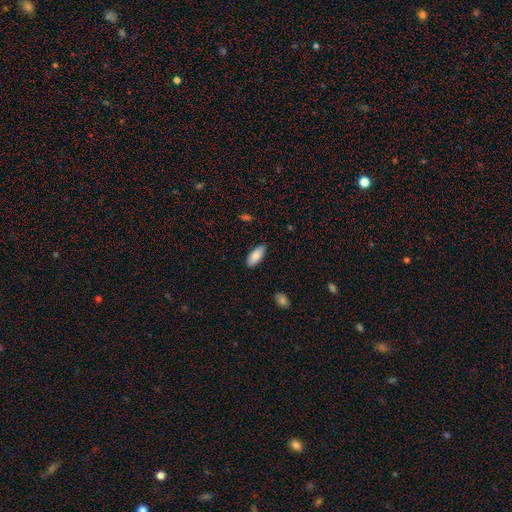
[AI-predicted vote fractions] smooth_or_featured: smooth (p=0.87) [alt: featured or disk p=0.07]
how_rounded: in between (p=0.88) [alt: cigar-shaped p=0.10]
merging: none (p=0.80) [alt: minor disturbance p=0.16]